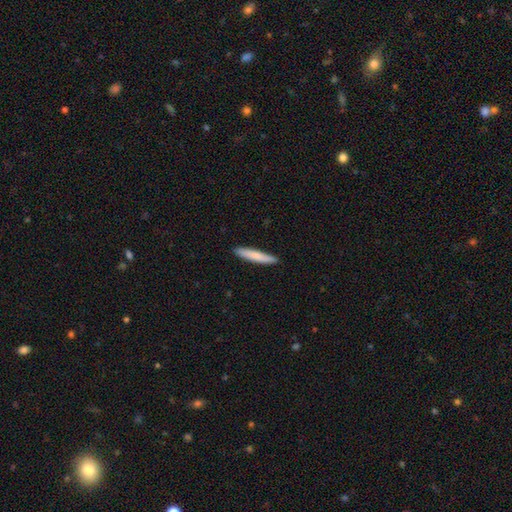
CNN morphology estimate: Smooth or featured? Predicted: smooth (p=0.79). How rounded? Predicted: cigar-shaped (p=0.93). Merging? Predicted: none (p=0.91).